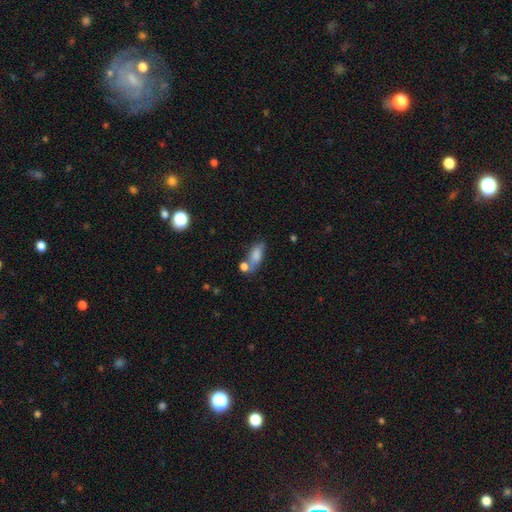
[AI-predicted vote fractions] This is likely a smooth galaxy (76%). How rounded: likely in between (78%). Merging: possibly none (46%).